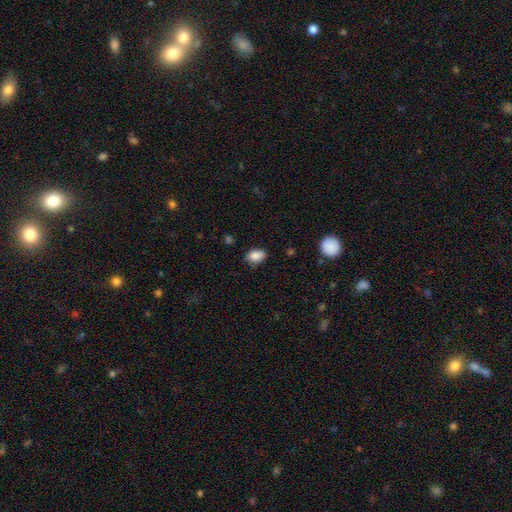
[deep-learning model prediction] Smooth or featured: smooth — 87% (star or artifact — 8%)
How rounded: in between — 85% (round — 13%)
Merging: none — 77% (minor disturbance — 19%)